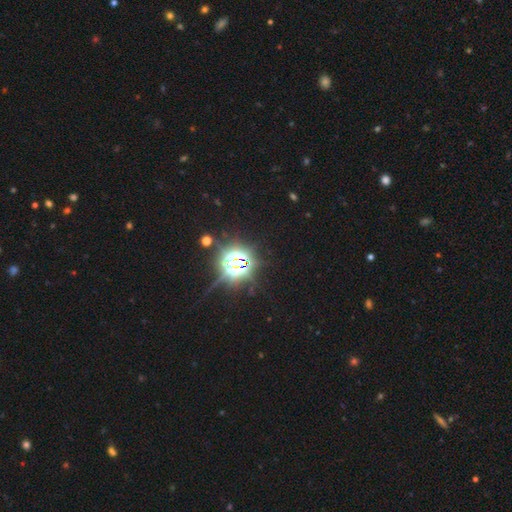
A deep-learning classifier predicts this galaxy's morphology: type=star or artifact (86%).